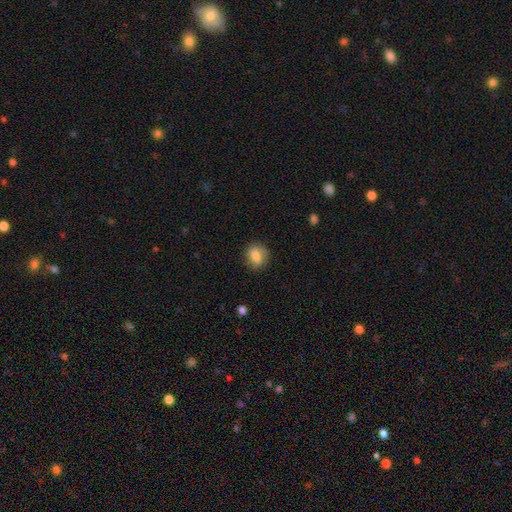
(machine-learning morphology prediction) This appears to be a smooth galaxy with no disk features (75%) that is in between round and cigar-shaped (50%). Merging: none (69%).